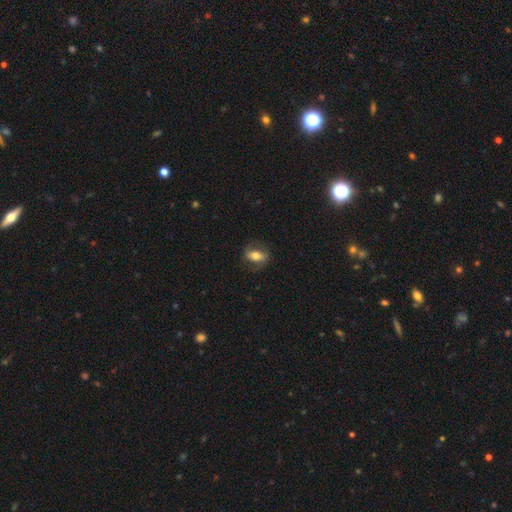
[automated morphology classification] Smooth or featured? Predicted: smooth (p=0.60). How rounded? Predicted: in between (p=0.79). Merging? Predicted: none (p=0.75).